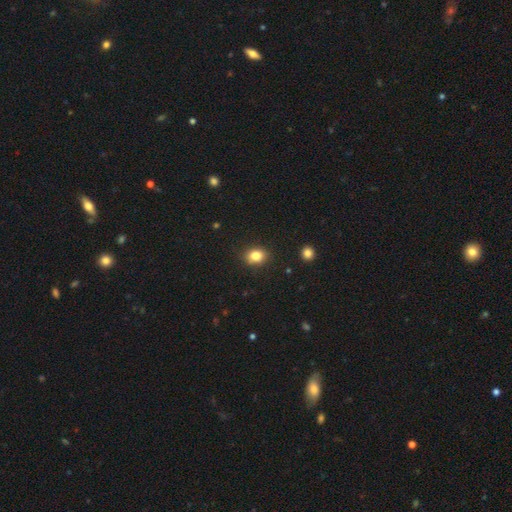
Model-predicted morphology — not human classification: Smooth or featured? smooth (83%)
How rounded? round (50%)
Merging? none (87%)